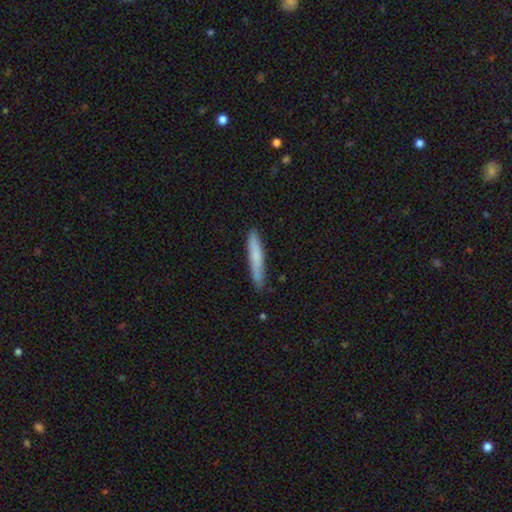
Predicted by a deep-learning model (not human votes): smooth_or_featured: smooth (p=0.72) [alt: featured or disk p=0.22]
how_rounded: cigar-shaped (p=0.94) [alt: in between p=0.04]
merging: none (p=0.82) [alt: minor disturbance p=0.14]